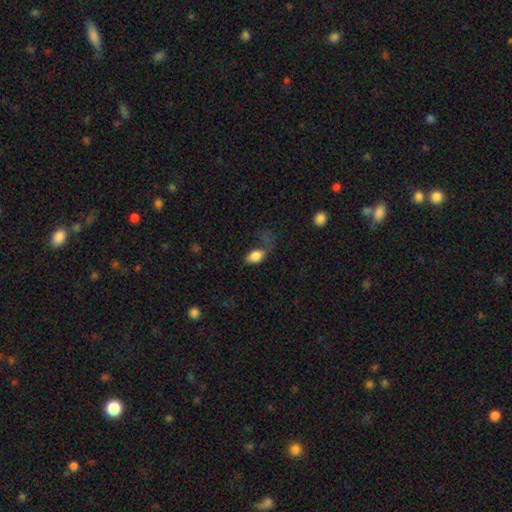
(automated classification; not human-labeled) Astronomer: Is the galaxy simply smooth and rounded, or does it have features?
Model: smooth — 83%.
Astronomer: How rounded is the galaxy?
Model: in between — 90%.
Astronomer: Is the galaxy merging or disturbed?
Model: major disturbance — 36% (runner-up: none, 33%).